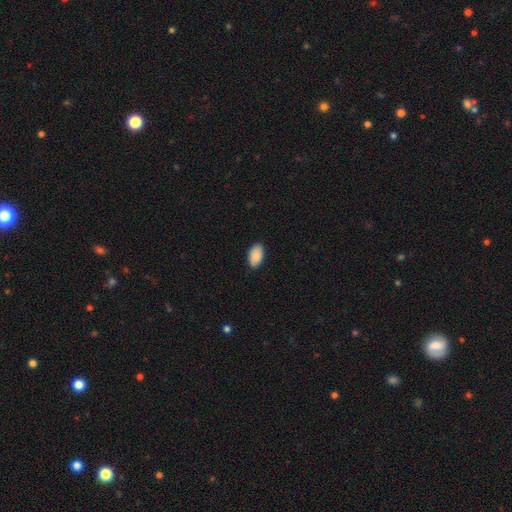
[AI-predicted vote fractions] smooth-or-featured: smooth: 90% | star or artifact: 6% | featured or disk: 4%
  how-rounded: in between: 95% | round: 4% | cigar-shaped: 2%
  merging: none: 87% | minor disturbance: 11% | major disturbance: 2% | merger: 1%